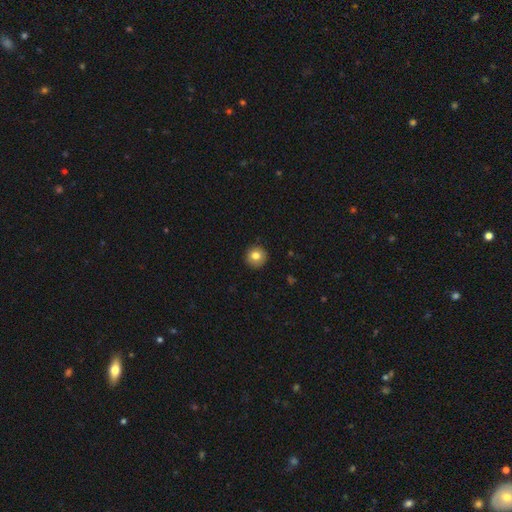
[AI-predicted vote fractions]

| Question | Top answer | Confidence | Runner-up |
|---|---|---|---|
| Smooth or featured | smooth | 81% | featured or disk (10%) |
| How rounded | round | 94% | in between (5%) |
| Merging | none | 90% | minor disturbance (7%) |